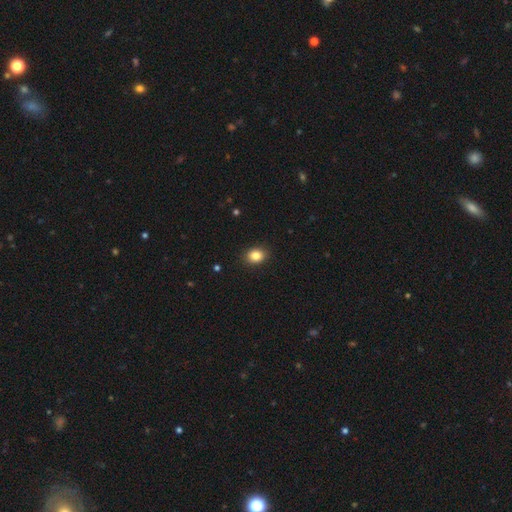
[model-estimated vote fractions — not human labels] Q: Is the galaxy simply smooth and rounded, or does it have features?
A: smooth — 85%.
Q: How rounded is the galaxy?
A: round — 51%.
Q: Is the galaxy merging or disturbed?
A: none — 90%.